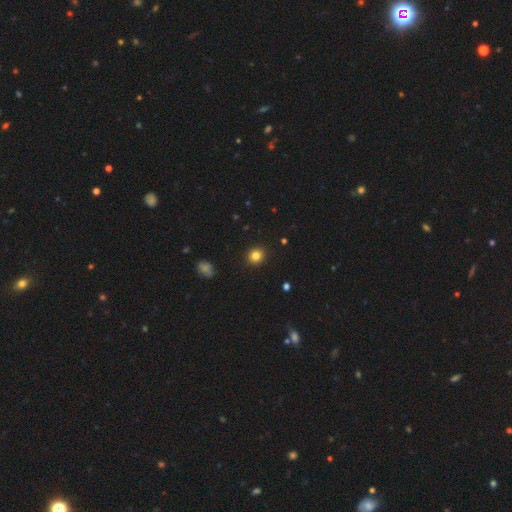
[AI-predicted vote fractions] The model was most divided on "smooth or featured": smooth: 82%, star or artifact: 12%, featured or disk: 5%. More confident: merging — none (92%); how rounded — round (88%).